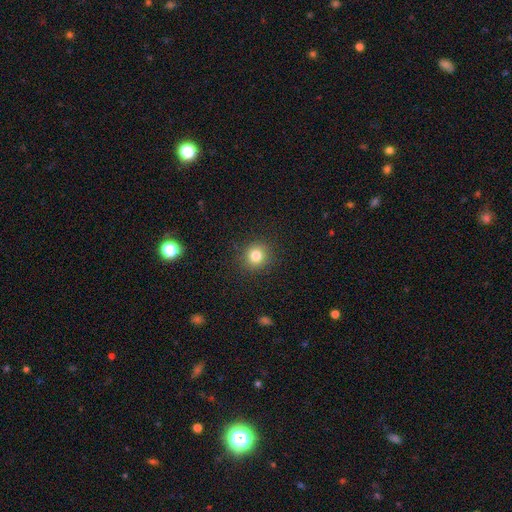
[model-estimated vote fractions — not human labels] smooth-or-featured: smooth: 82% | star or artifact: 12% | featured or disk: 6%
  how-rounded: round: 90% | in between: 9% | cigar-shaped: 1%
  merging: none: 90% | minor disturbance: 7% | major disturbance: 2% | merger: 1%